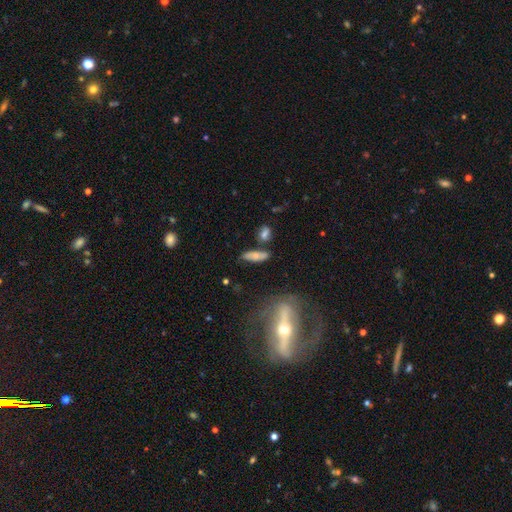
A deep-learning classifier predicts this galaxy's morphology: smooth-or-featured: smooth: 61% | featured or disk: 29% | star or artifact: 10%
  how-rounded: in between: 50% | cigar-shaped: 46% | round: 4%
  merging: none: 67% | minor disturbance: 17% | merger: 11% | major disturbance: 6%